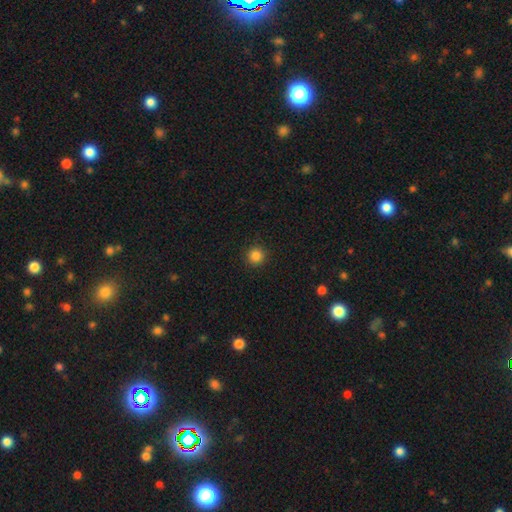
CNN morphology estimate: A smooth galaxy with no disk features (85%) that is round (95%).

Vote fractions:
- Smooth or featured? smooth: 85% / star or artifact: 12% / featured or disk: 3%
- How rounded? round: 95% / in between: 4% / cigar-shaped: 1%
- Merging? none: 92% / minor disturbance: 5% / major disturbance: 2% / merger: 1%